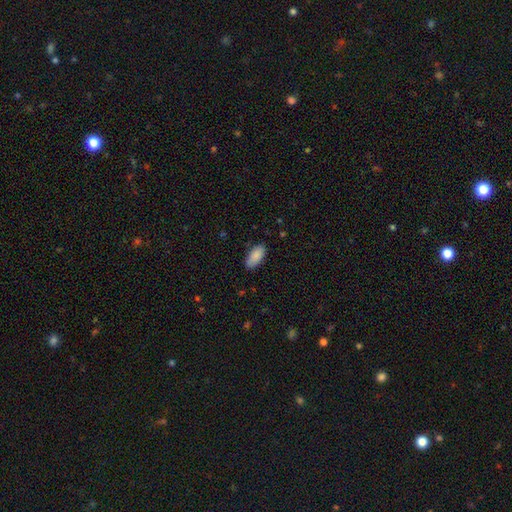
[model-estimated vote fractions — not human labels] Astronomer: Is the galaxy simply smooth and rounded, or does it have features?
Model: smooth — 89%.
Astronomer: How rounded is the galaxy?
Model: in between — 92%.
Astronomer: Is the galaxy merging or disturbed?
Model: none — 82%.